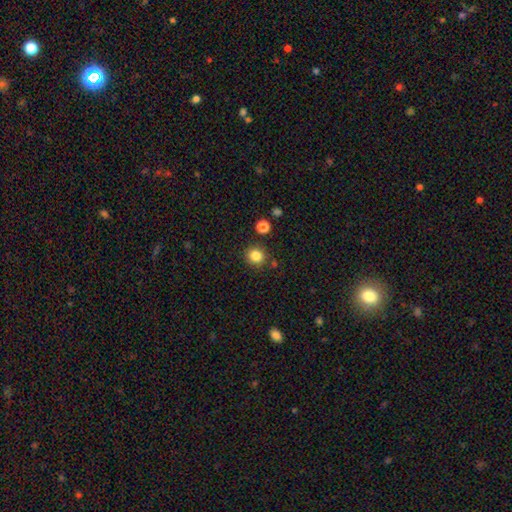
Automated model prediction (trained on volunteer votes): A smooth galaxy with no disk features (83%) that is round (90%).

Vote fractions:
- Smooth or featured? smooth: 83% / star or artifact: 12% / featured or disk: 5%
- How rounded? round: 90% / in between: 10% / cigar-shaped: 1%
- Merging? none: 85% / minor disturbance: 8% / merger: 4% / major disturbance: 3%